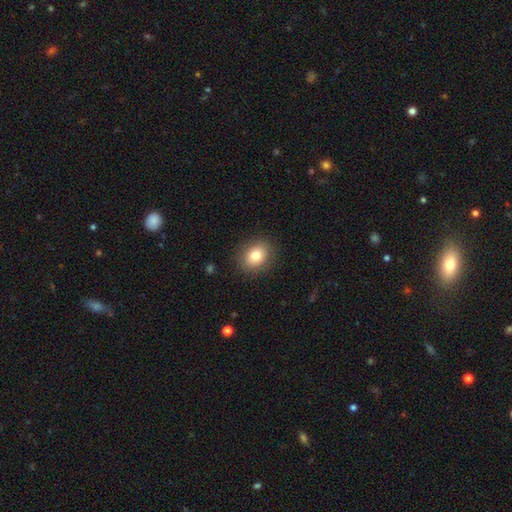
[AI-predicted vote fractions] Smooth or featured: smooth — 80% (featured or disk — 10%)
How rounded: round — 51% (in between — 48%)
Merging: none — 88% (minor disturbance — 8%)